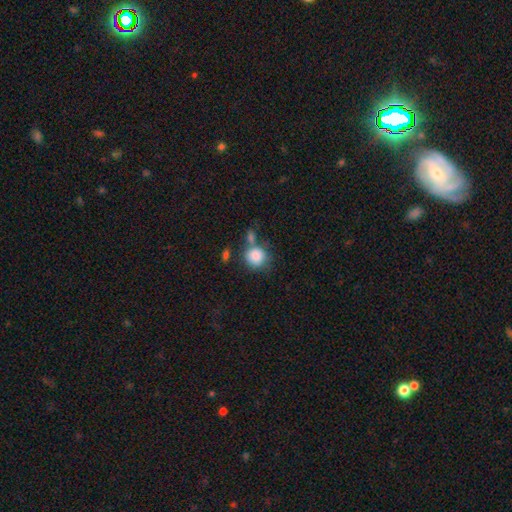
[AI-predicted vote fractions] Q: Smooth or featured?
A: smooth (86%); runner-up: star or artifact (8%)
Q: How rounded?
A: round (84%); runner-up: in between (15%)
Q: Merging?
A: none (51%); runner-up: merger (23%)